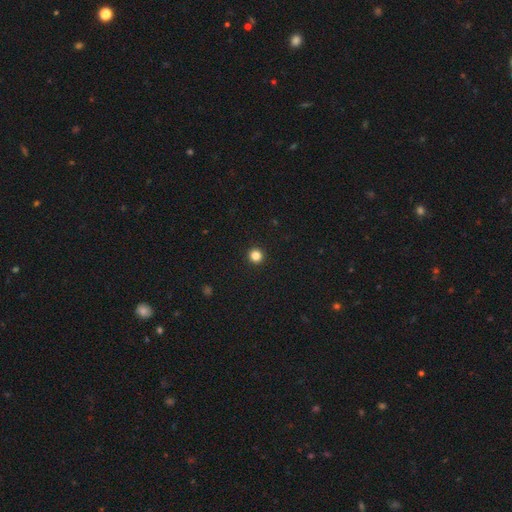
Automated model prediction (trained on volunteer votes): A smooth galaxy with no disk features (84%) that is round (96%). Merging: none (94%).